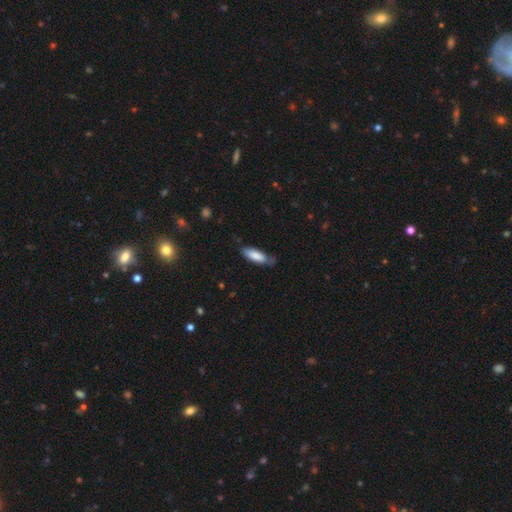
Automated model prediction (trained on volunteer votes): This appears to be a smooth galaxy with no disk features (83%) that is in between round and cigar-shaped (59%). Merging: none (63%).